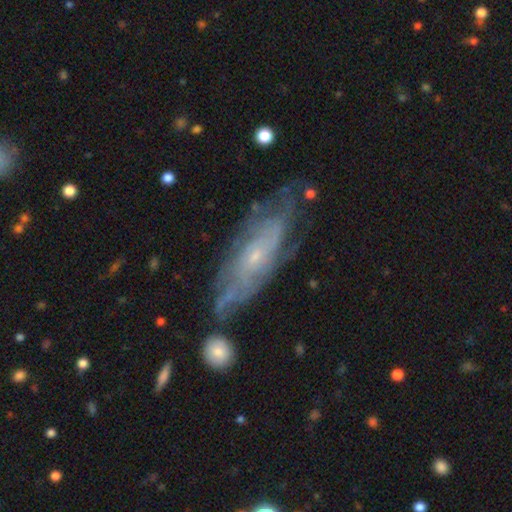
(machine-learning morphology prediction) smooth_or_featured: featured or disk (p=0.73) [alt: smooth p=0.20]
disk_edge_on: no (p=0.81) [alt: yes p=0.19]
bar: no (p=0.76) [alt: weak p=0.20]
has_spiral_arms: yes (p=0.81) [alt: no p=0.19]
bulge_size: small (p=0.80) [alt: moderate p=0.16]
merging: none (p=0.66) [alt: minor disturbance p=0.21]